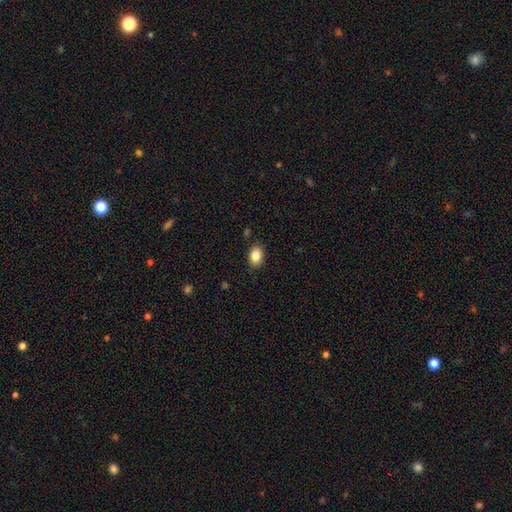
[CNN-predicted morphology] This appears to be a smooth galaxy with no disk features (86%) that is in between round and cigar-shaped (81%). Merging: none (86%).